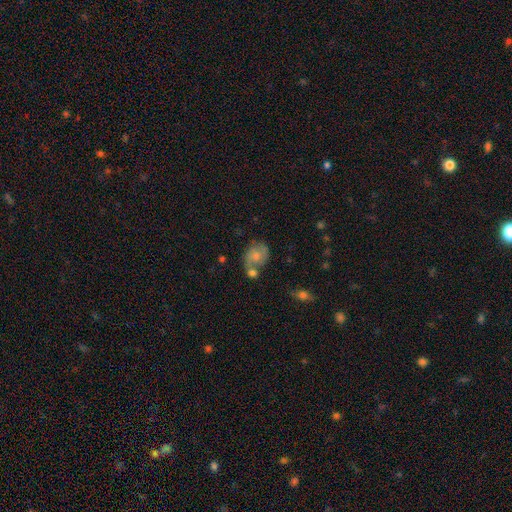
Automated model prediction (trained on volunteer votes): smooth_or_featured: smooth (p=0.55) [alt: featured or disk p=0.36]
how_rounded: round (p=0.50) [alt: in between p=0.48]
merging: none (p=0.41) [alt: merger p=0.33]